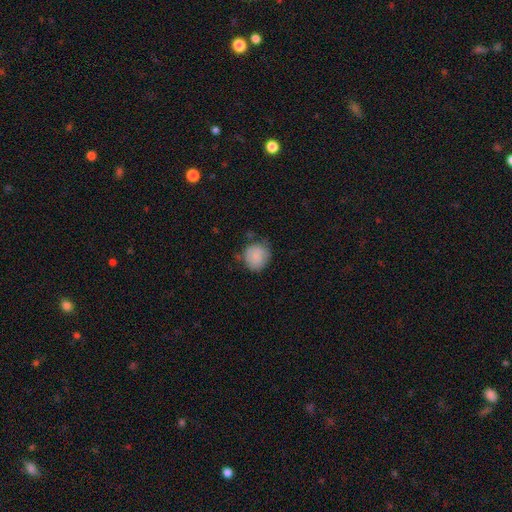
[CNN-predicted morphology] The model was most divided on "merging": none: 65%, minor disturbance: 26%, major disturbance: 7%, merger: 3%. More confident: smooth or featured — smooth (82%); how rounded — round (79%).